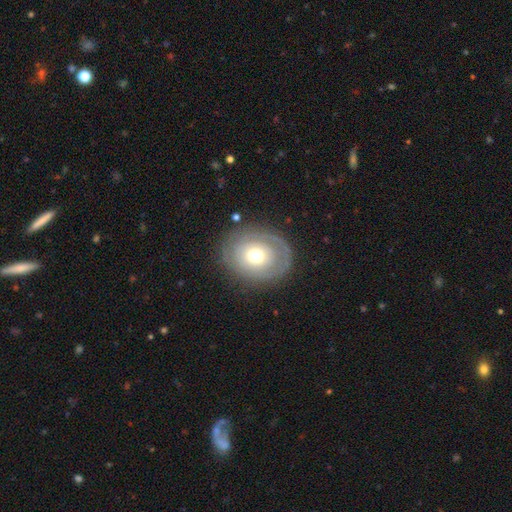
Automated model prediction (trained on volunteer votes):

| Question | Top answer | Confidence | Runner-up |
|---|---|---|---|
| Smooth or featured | featured or disk | 48% | smooth (45%) |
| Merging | none | 77% | minor disturbance (15%) |